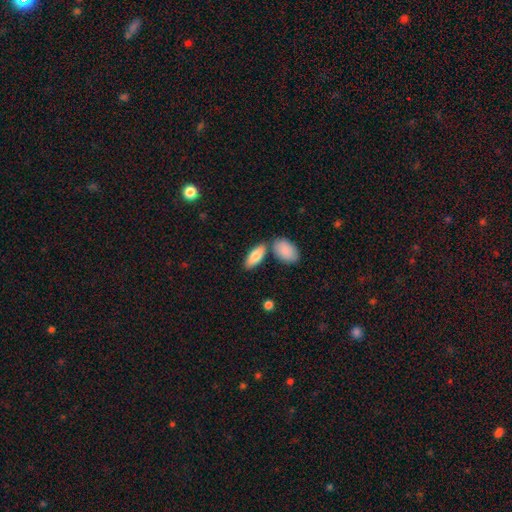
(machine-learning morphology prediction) smooth_or_featured: smooth (p=0.81) [alt: featured or disk p=0.14]
how_rounded: in between (p=0.77) [alt: cigar-shaped p=0.21]
merging: none (p=0.68) [alt: merger p=0.18]